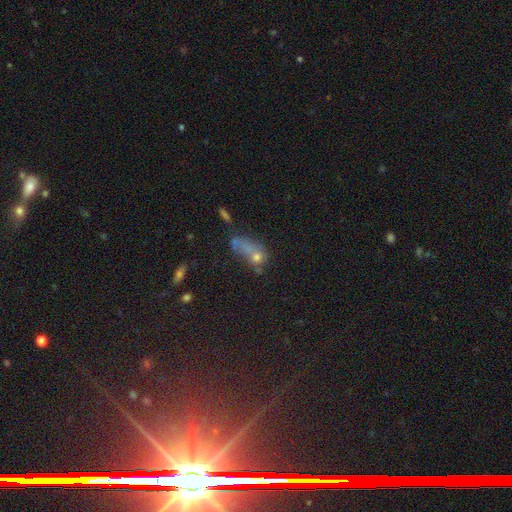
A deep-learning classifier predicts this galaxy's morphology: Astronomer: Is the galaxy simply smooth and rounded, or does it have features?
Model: smooth — 47% (runner-up: star or artifact, 30%).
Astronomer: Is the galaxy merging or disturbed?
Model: merger — 30% (runner-up: none, 28%).